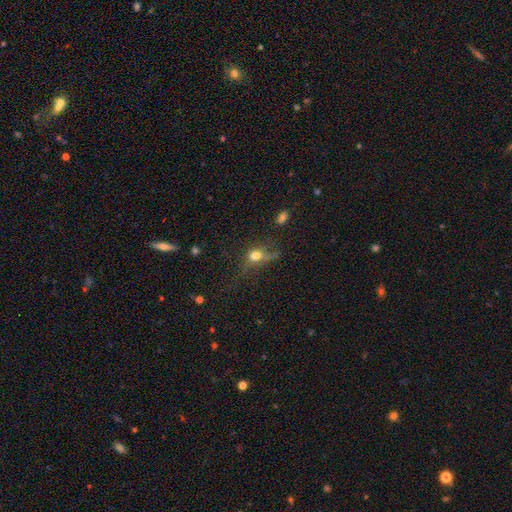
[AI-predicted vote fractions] Smooth or featured? smooth (56%)
How rounded? in between (50%)
Merging? none (37%, tied with major disturbance)